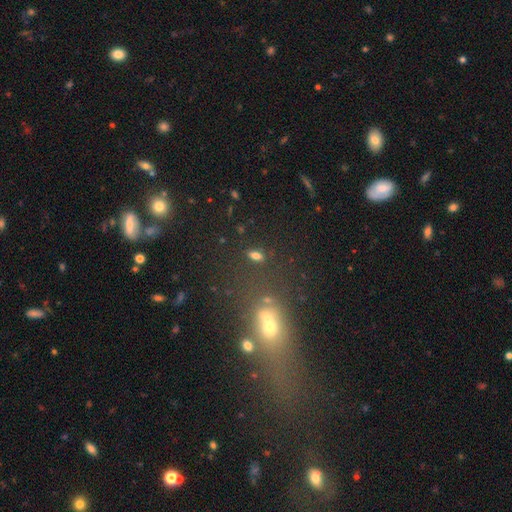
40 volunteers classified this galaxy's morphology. Overall: smooth (78%). How rounded: in between (97%). Merging: none (80%).